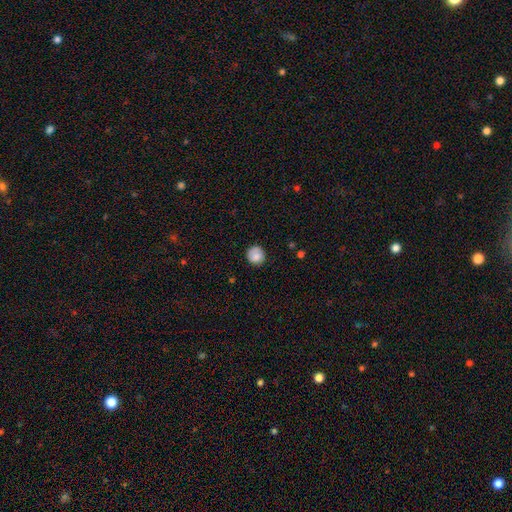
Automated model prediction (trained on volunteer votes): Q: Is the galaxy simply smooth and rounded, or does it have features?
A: smooth — 82%.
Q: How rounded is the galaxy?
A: round — 89%.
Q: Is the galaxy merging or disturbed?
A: none — 80%.